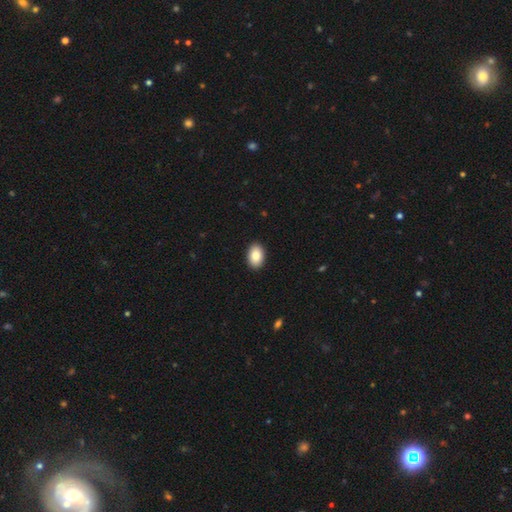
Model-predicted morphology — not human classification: Smooth or featured? smooth (87%)
How rounded? in between (89%)
Merging? none (91%)